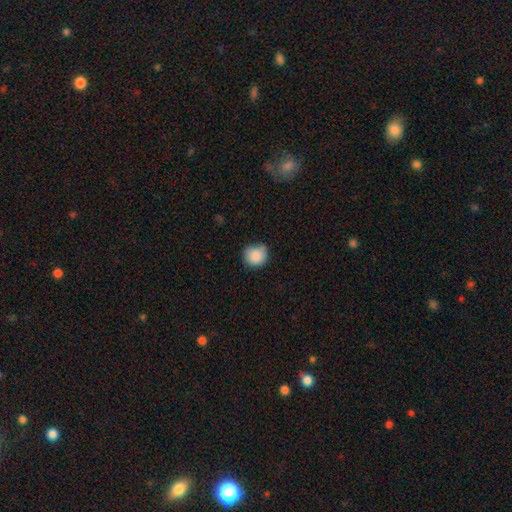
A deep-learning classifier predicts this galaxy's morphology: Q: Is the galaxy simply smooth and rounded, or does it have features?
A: smooth — 87%.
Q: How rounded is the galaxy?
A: round — 85%.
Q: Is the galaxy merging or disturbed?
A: none — 68%.